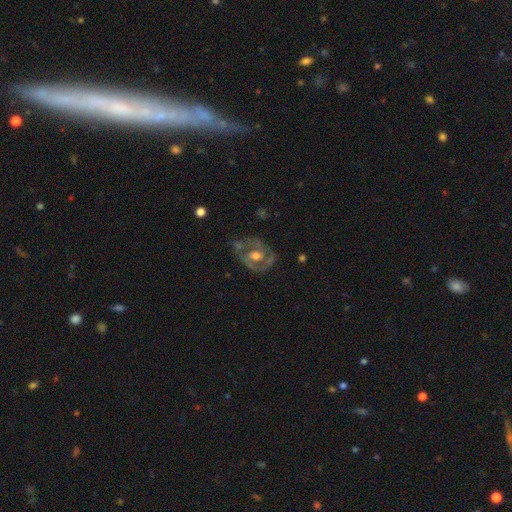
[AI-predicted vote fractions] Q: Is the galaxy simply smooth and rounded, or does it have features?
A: featured or disk — 73%.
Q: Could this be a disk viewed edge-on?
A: no — 96%.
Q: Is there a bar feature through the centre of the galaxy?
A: no — 60%.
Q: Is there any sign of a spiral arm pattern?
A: yes — 60%.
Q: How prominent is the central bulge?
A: moderate — 66%.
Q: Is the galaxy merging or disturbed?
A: none — 57%.